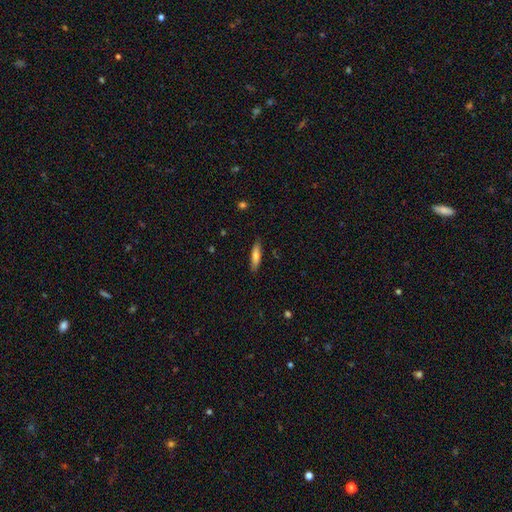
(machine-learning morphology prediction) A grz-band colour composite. It shows a smooth galaxy with no disk features (70%) that is cigar-shaped (69%). Merging: none (87%).